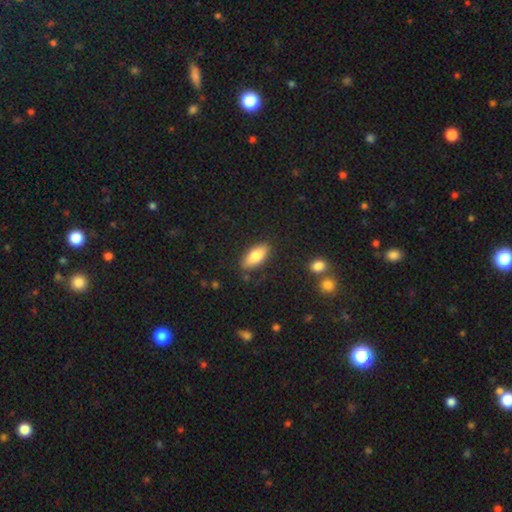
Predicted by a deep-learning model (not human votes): The model was most divided on "smooth or featured": smooth: 81%, featured or disk: 13%, star or artifact: 6%. More confident: merging — none (85%); how rounded — in between (83%).